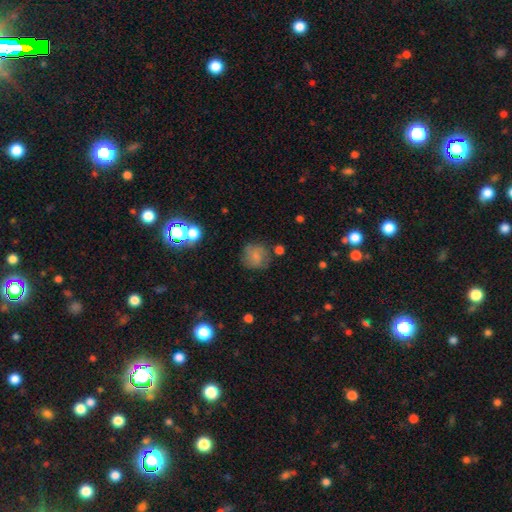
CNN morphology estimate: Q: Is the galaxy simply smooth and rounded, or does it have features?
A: smooth — 66%.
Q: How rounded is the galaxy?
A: round — 85%.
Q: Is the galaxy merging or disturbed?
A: none — 71%.